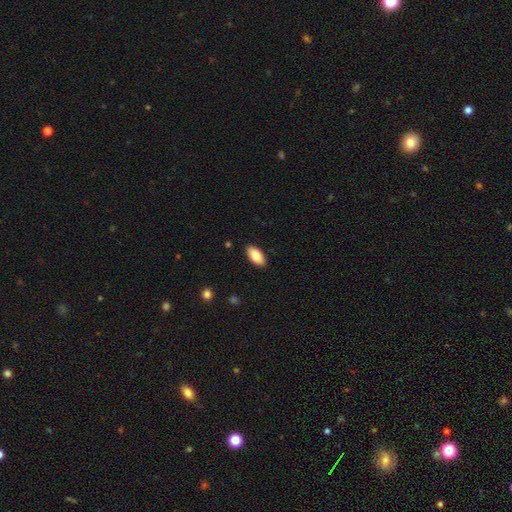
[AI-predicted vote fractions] A smooth galaxy with no disk features (84%) that is in between round and cigar-shaped (93%).

Vote fractions:
- Smooth or featured? smooth: 84% / featured or disk: 9% / star or artifact: 6%
- How rounded? in between: 93% / cigar-shaped: 4% / round: 2%
- Merging? none: 89% / minor disturbance: 8% / major disturbance: 2% / merger: 1%